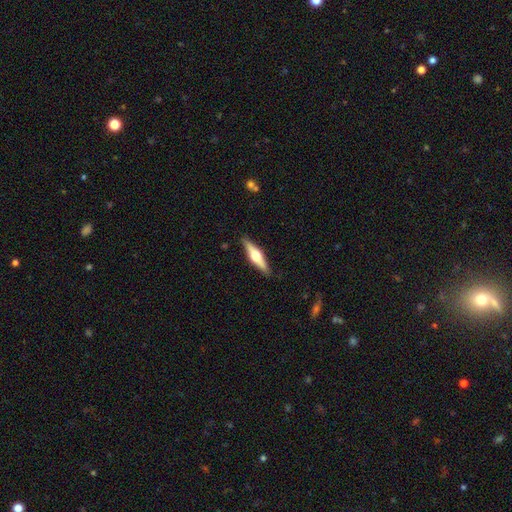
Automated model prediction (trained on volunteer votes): A featured or disk galaxy (66%) viewed edge-on (97%) with a rounded central bulge (94%).

Vote fractions:
- Smooth or featured? featured or disk: 66% / smooth: 29% / star or artifact: 5%
- Edge-on disk? yes: 97% / no: 3%
- Edge-on bulge? rounded: 94% / boxy: 5% / none: 2%
- Merging? none: 89% / minor disturbance: 8% / major disturbance: 2% / merger: 1%